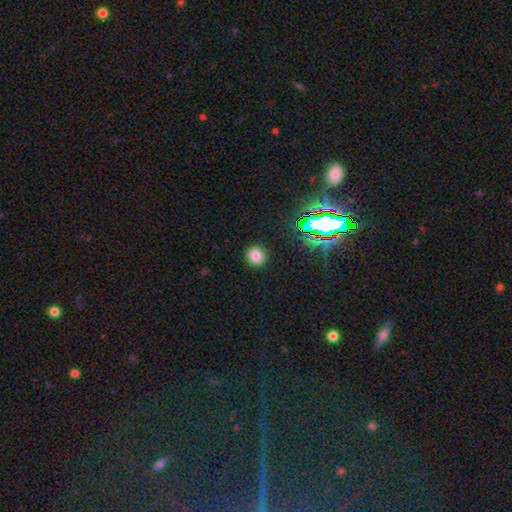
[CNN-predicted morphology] A smooth galaxy with no disk features (78%) that is round (79%).

Vote fractions:
- Smooth or featured? smooth: 78% / star or artifact: 16% / featured or disk: 5%
- How rounded? round: 79% / in between: 20% / cigar-shaped: 1%
- Merging? none: 90% / minor disturbance: 7% / major disturbance: 2% / merger: 1%